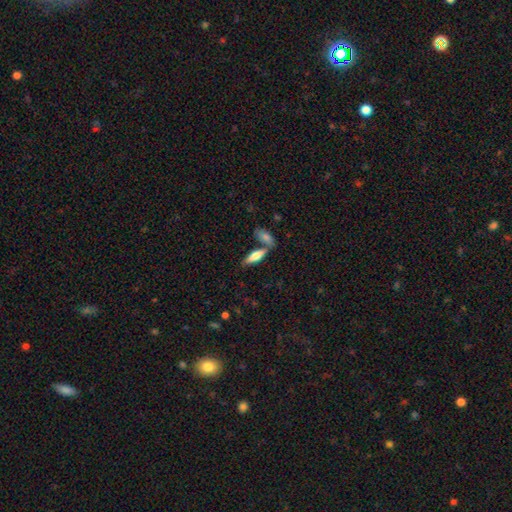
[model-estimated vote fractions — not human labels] This appears to be a smooth galaxy with no disk features (65%) that is in between round and cigar-shaped (50%). Merging: none (58%).